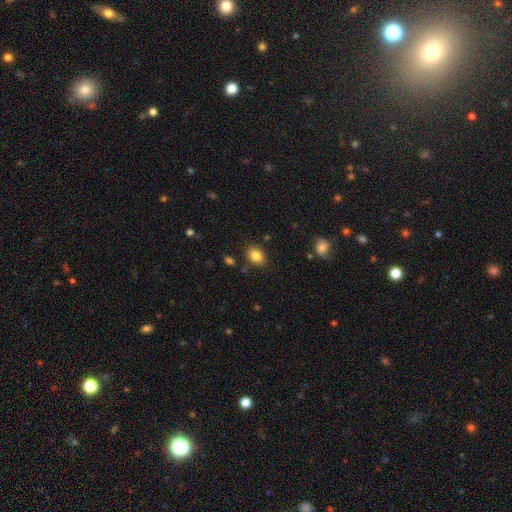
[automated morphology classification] This is clearly a smooth galaxy (84%). How rounded: likely in between (68%). Merging: clearly none (83%).